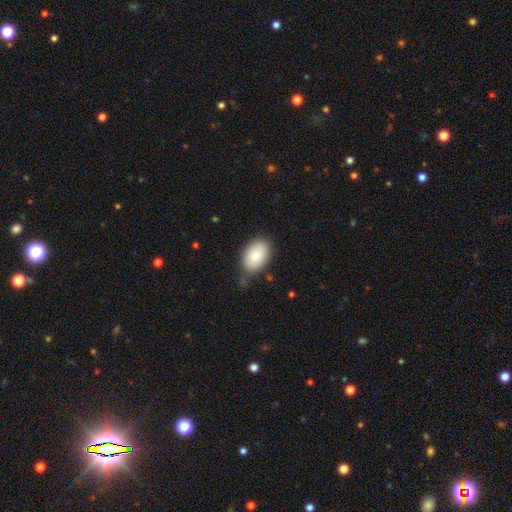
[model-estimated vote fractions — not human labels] Overall: smooth (81%). How rounded: in between (89%). Merging: none (74%).